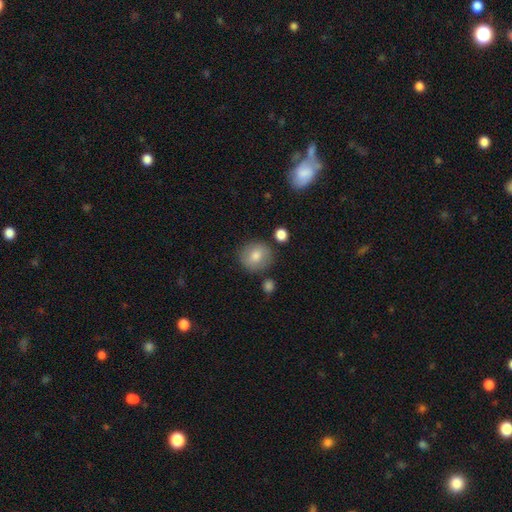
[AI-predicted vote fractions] Smooth or featured? smooth (77%)
How rounded? round (85%)
Merging? none (81%)